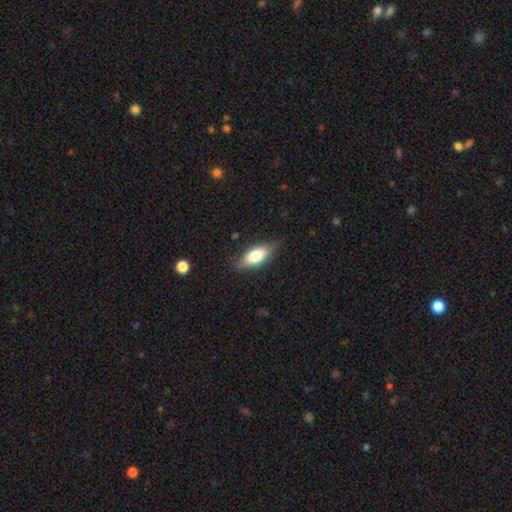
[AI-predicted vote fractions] smooth-or-featured: smooth: 75% | featured or disk: 19% | star or artifact: 6%
  how-rounded: in between: 81% | cigar-shaped: 16% | round: 3%
  merging: none: 77% | minor disturbance: 18% | major disturbance: 4% | merger: 1%